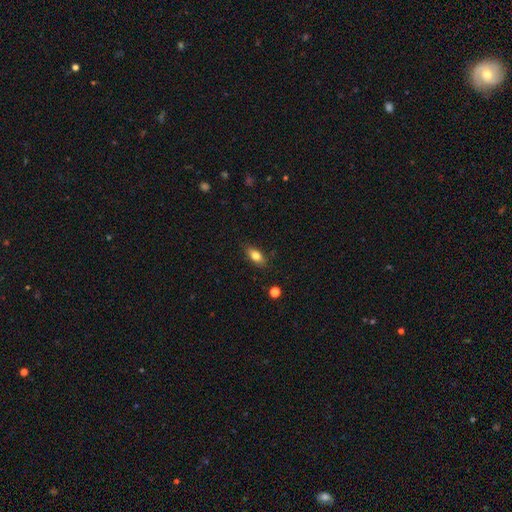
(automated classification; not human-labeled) smooth 78%, featured or disk 14%, star or artifact 8%. Down the decision tree: how rounded — in between (84%); merging — none (83%).